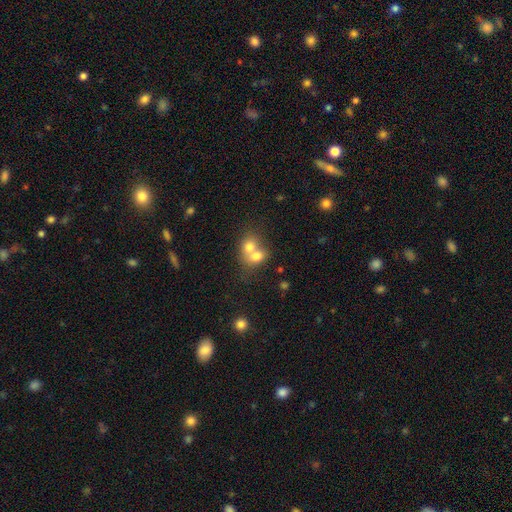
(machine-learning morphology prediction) The model was most divided on "how rounded": in between: 50%, round: 49%, cigar-shaped: 1%. More confident: smooth or featured — smooth (71%); merging — merger (71%).